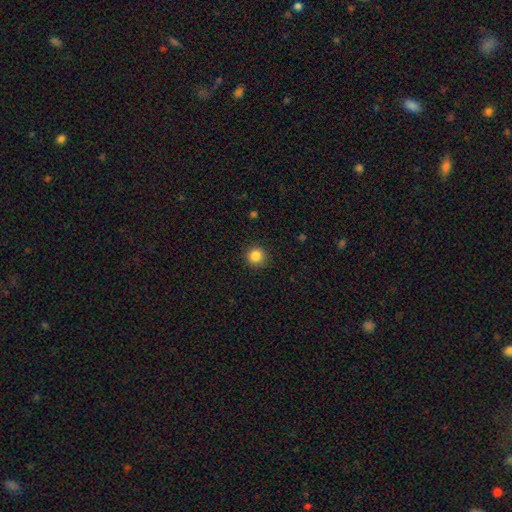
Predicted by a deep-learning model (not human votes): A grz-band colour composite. It shows a smooth galaxy with no disk features (85%) that is round (95%). Merging: none (91%).